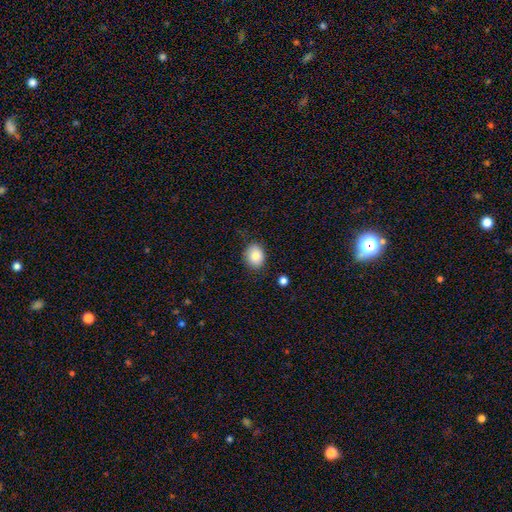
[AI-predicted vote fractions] A smooth galaxy with no disk features (83%) that is round (52%). Merging: none (85%).